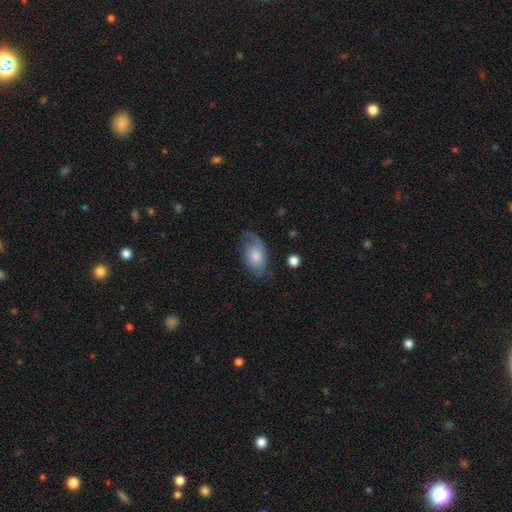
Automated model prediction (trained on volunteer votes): A smooth galaxy with no disk features (62%) that is in between round and cigar-shaped (90%).

Vote fractions:
- Smooth or featured? smooth: 62% / featured or disk: 32% / star or artifact: 7%
- How rounded? in between: 90% / round: 8% / cigar-shaped: 2%
- Merging? none: 51% / minor disturbance: 29% / major disturbance: 18% / merger: 2%